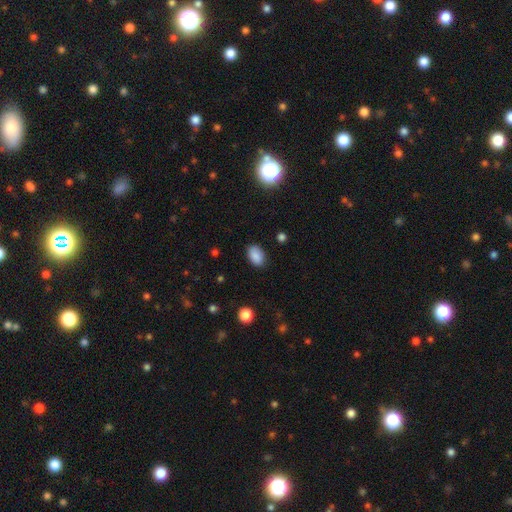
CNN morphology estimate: This appears to be a smooth galaxy with no disk features (87%) that is in between round and cigar-shaped (88%). Merging: none (84%).